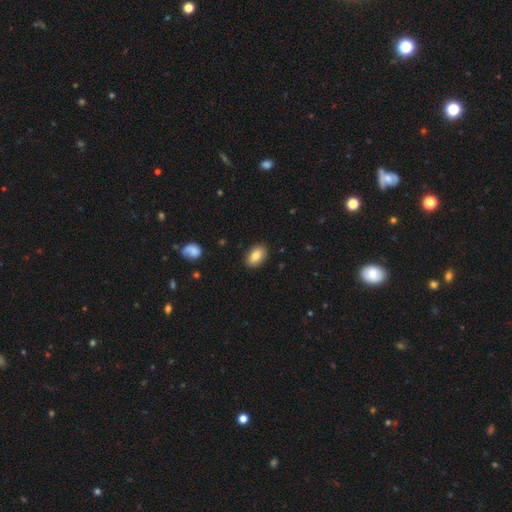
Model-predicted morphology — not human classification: smooth-or-featured: smooth: 82% | featured or disk: 11% | star or artifact: 7%
  how-rounded: in between: 89% | round: 10% | cigar-shaped: 2%
  merging: none: 88% | minor disturbance: 9% | major disturbance: 2% | merger: 1%